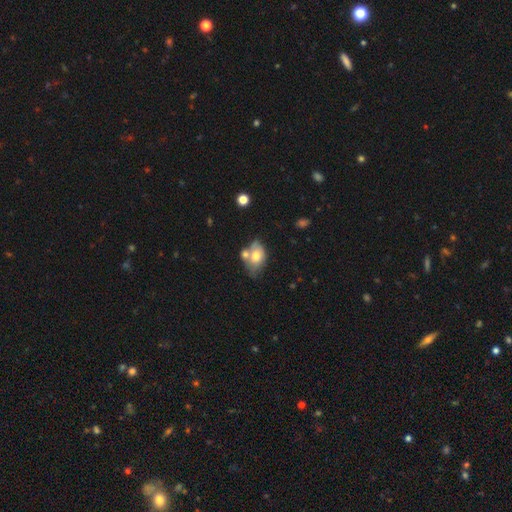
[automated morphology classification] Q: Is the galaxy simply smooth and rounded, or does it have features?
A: smooth — 66%.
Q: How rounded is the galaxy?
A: in between — 81%.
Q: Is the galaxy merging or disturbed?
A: merger — 37%.